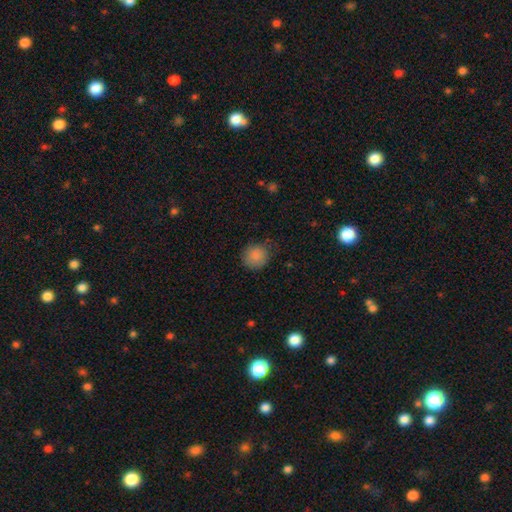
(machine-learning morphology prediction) Smooth or featured? Predicted: smooth (p=0.87). How rounded? Predicted: round (p=0.86). Merging? Predicted: none (p=0.75).